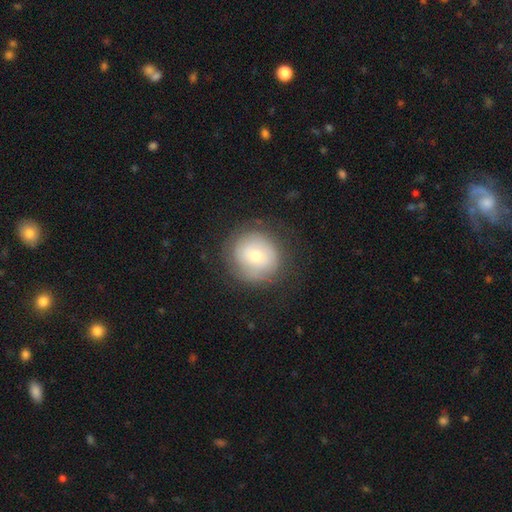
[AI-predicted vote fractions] A smooth galaxy with no disk features (59%) that is round (92%). Merging: none (79%).